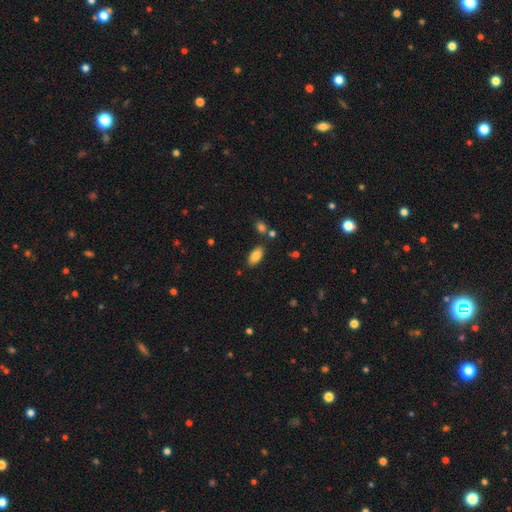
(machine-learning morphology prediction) This appears to be a smooth galaxy with no disk features (85%) that is in between round and cigar-shaped (93%). Merging: none (82%).